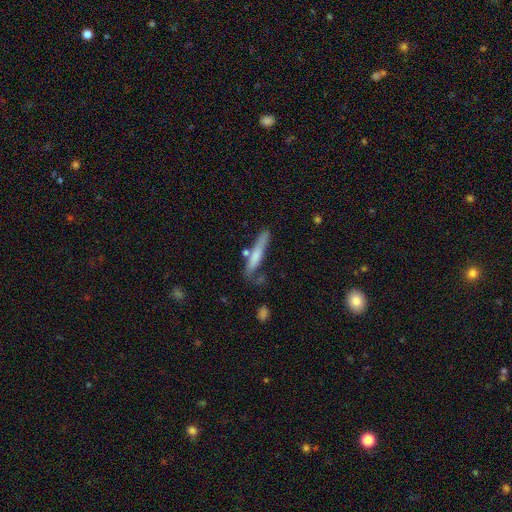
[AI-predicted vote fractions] This is likely a smooth galaxy (62%). How rounded: clearly cigar-shaped (91%). Merging: likely none (60%).